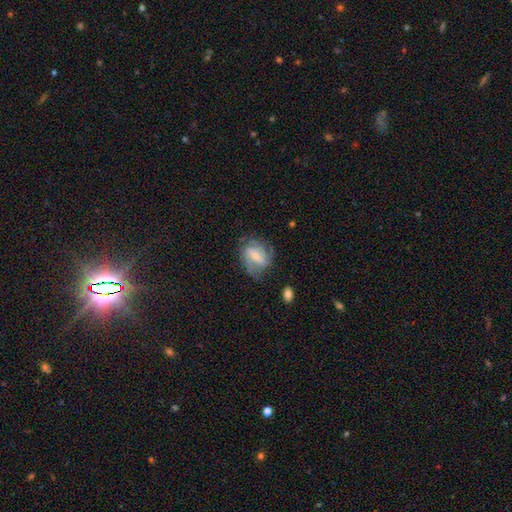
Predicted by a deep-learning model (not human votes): Morphology: type=featured or disk (76%); edge-on=no (97%); bar=weak (49%); spiral arms=yes (91%); winding=medium (45%); arm count=2 (37%); bulge=small (55%); merging=none (60%).